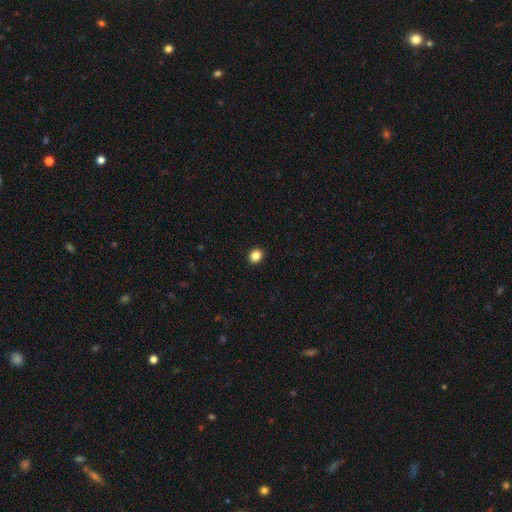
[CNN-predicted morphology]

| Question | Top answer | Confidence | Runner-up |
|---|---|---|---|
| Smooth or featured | smooth | 85% | star or artifact (11%) |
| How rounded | round | 69% | in between (30%) |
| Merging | none | 92% | minor disturbance (5%) |